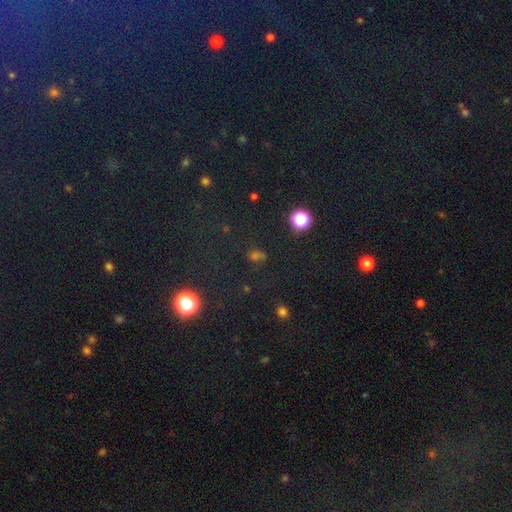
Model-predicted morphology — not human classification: smooth-or-featured: star or artifact: 60% | smooth: 32% | featured or disk: 7%